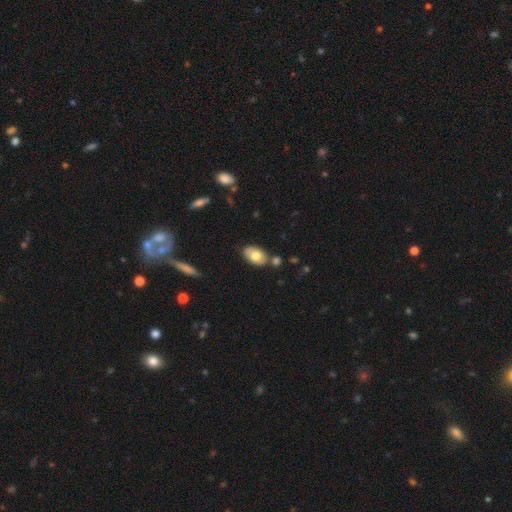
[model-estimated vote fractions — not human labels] Morphology: type=smooth (66%); roundness=in between (91%); merging=none (72%).